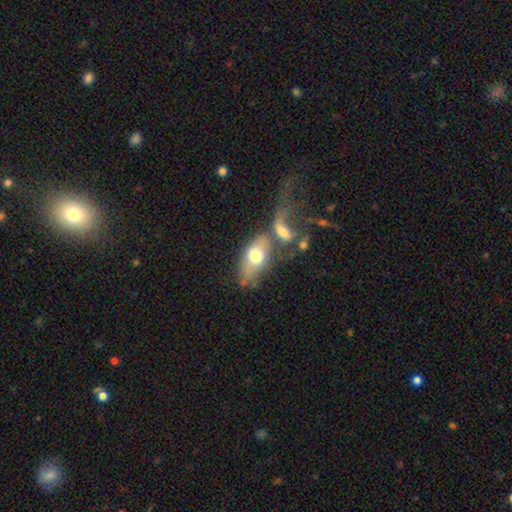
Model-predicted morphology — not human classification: Smooth or featured? smooth (60%)
How rounded? in between (85%)
Merging? merger (44%)